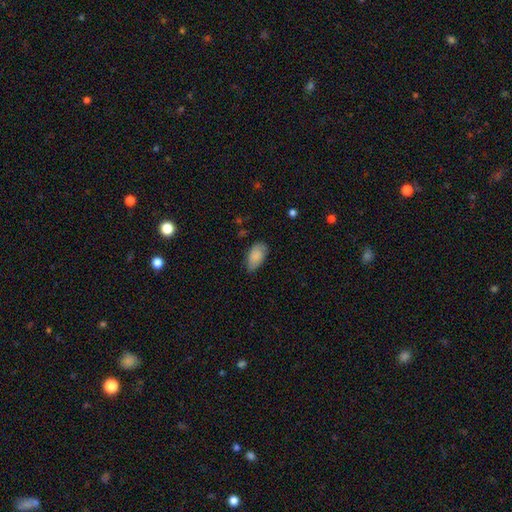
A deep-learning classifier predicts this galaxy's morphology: Overall: smooth (79%). How rounded: in between (94%). Merging: none (66%; minor disturbance 28%).